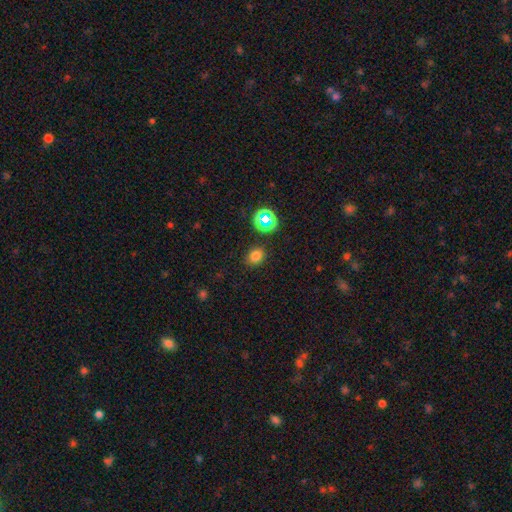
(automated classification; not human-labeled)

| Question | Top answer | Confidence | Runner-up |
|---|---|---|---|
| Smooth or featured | smooth | 75% | star or artifact (19%) |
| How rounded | round | 61% | in between (38%) |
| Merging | none | 86% | minor disturbance (9%) |